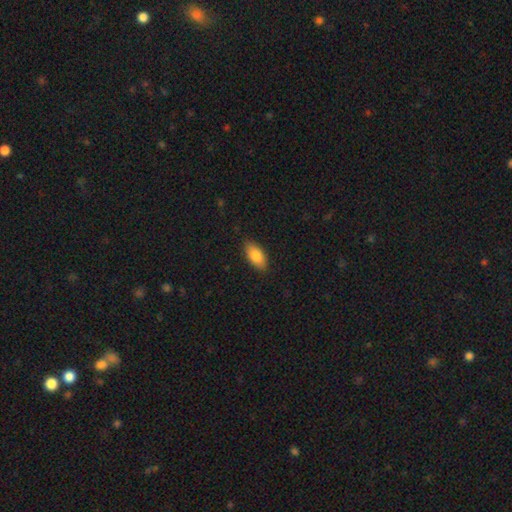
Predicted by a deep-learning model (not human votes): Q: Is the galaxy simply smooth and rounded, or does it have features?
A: smooth — 83%.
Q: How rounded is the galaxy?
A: in between — 91%.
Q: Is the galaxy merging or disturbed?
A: none — 86%.